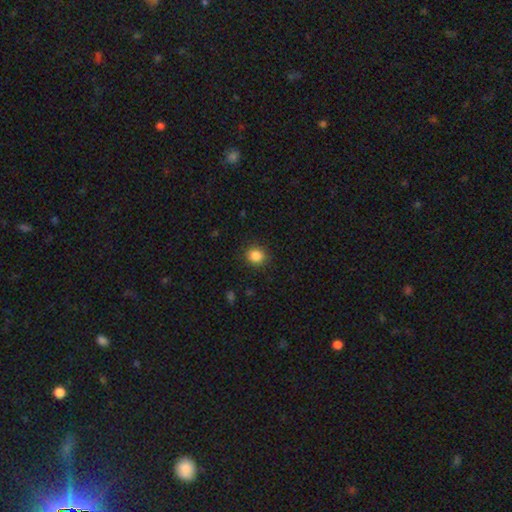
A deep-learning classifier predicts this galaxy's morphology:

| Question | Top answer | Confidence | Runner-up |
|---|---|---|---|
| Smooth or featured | smooth | 86% | star or artifact (10%) |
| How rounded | round | 85% | in between (14%) |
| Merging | none | 89% | minor disturbance (8%) |